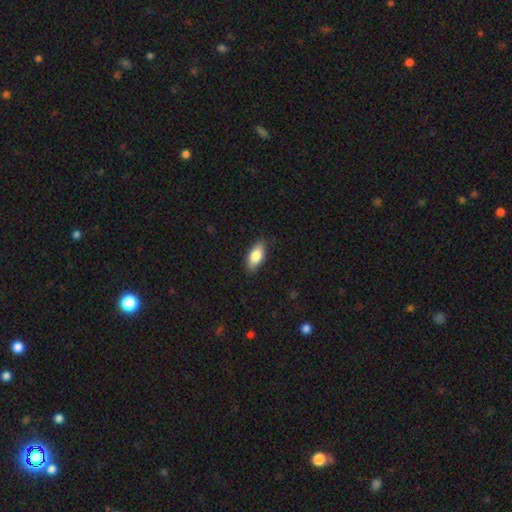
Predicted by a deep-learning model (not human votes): The model was most divided on "smooth or featured": smooth: 80%, featured or disk: 14%, star or artifact: 6%. More confident: merging — none (86%); how rounded — in between (84%).